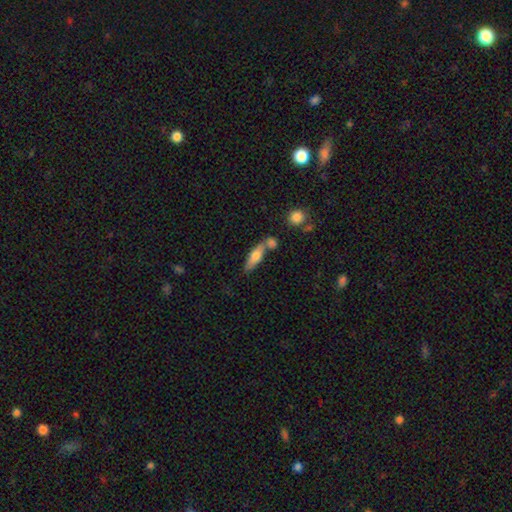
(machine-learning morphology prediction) Smooth or featured?
  - smooth: 65% *
  - featured or disk: 29%
  - star or artifact: 7%
How rounded?
  - cigar-shaped: 50% *
  - in between: 47%
  - round: 3%
Merging?
  - none: 52% *
  - merger: 30%
  - minor disturbance: 14%
  - major disturbance: 5%